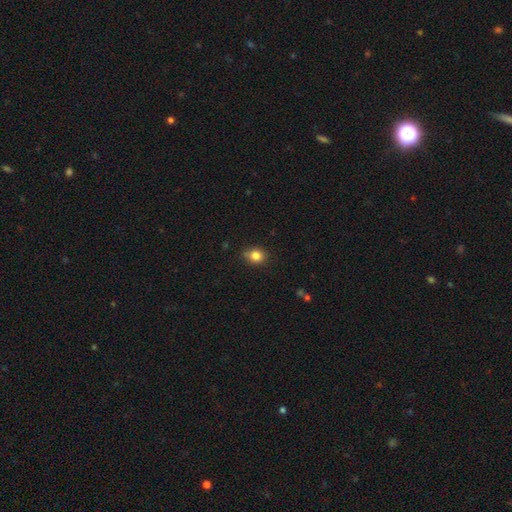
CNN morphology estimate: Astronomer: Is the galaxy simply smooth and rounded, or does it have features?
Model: smooth — 83%.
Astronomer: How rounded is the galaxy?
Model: round — 65%.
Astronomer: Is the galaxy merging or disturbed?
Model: none — 75%.